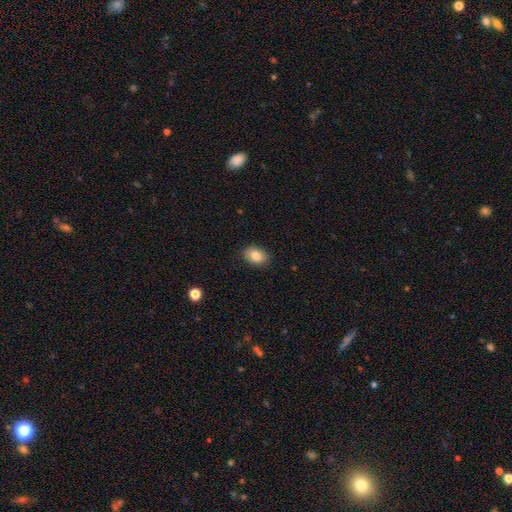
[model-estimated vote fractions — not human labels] Morphology: type=smooth (83%); roundness=in between (77%); merging=none (88%).